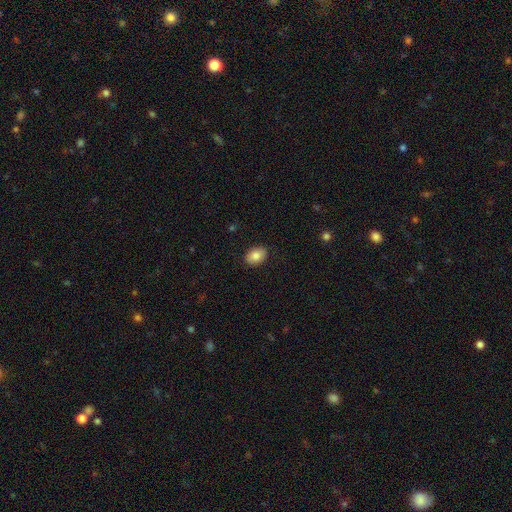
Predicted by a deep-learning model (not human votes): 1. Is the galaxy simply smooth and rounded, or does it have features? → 84% smooth, 8% featured or disk, 8% star or artifact.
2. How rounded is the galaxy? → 77% in between, 22% round, 1% cigar-shaped.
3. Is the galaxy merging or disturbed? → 89% none, 8% minor disturbance, 2% major disturbance, 1% merger.